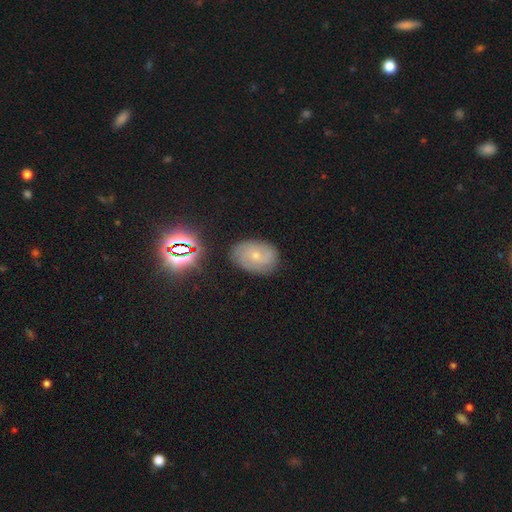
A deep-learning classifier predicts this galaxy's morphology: smooth_or_featured: featured or disk (p=0.53) [alt: smooth p=0.30]
disk_edge_on: no (p=0.96) [alt: yes p=0.04]
bar: no (p=0.73) [alt: weak p=0.23]
has_spiral_arms: yes (p=0.82) [alt: no p=0.18]
bulge_size: small (p=0.71) [alt: moderate p=0.25]
merging: none (p=0.79) [alt: minor disturbance p=0.15]